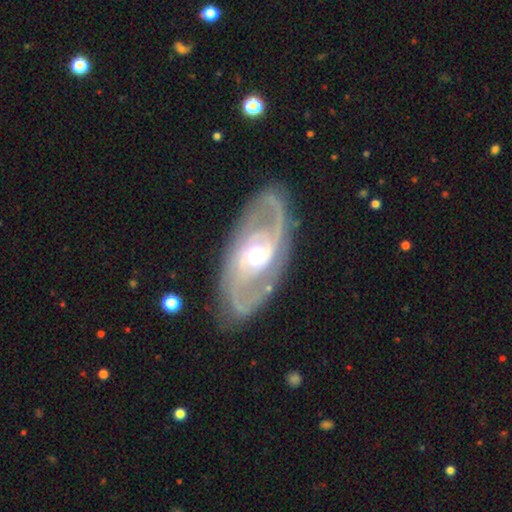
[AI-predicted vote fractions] Overall: featured or disk (86%). Edge-on disk: no (92%). Bar: no (53%; weak 32%). Spiral arms: yes (83%). Spiral arm count: 2 (73%). Spiral winding: tight (42%; medium 40%). Bulge size: moderate (71%). Merging: none (80%).